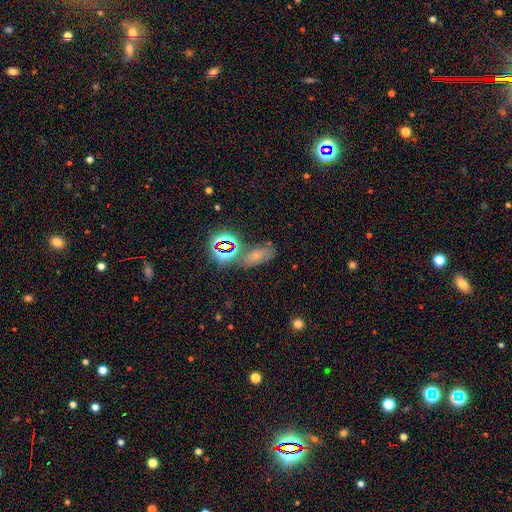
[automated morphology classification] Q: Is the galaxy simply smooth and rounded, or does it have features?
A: smooth — 49%.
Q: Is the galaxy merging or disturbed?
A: none — 62%.